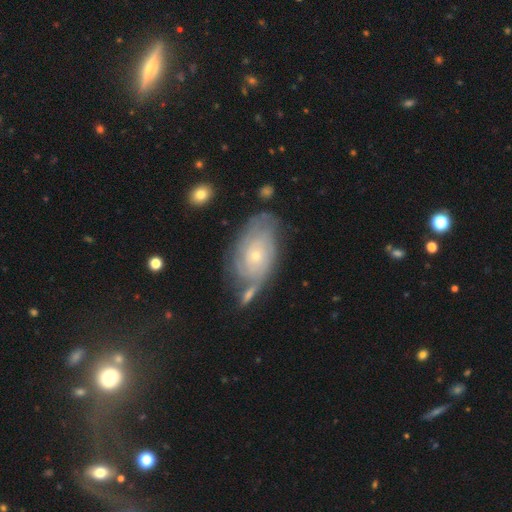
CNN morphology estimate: Smooth or featured?
  - featured or disk: 75% *
  - smooth: 18%
  - star or artifact: 7%
Edge-on disk?
  - no: 95% *
  - yes: 5%
Bar?
  - no: 82% *
  - weak: 15%
  - strong: 3%
Spiral arms?
  - yes: 87% *
  - no: 13%
Spiral winding?
  - tight: 72% *
  - medium: 21%
  - loose: 7%
Spiral arm count?
  - can't tell: 53% *
  - 2: 19%
  - 3: 11%
  - 4: 7%
  - more than 4: 5%
  - 1: 5%
Bulge size?
  - small: 74% *
  - moderate: 23%
  - large: 1%
  - none: 1%
  - dominant: 1%
Merging?
  - none: 57% *
  - minor disturbance: 22%
  - merger: 11%
  - major disturbance: 10%